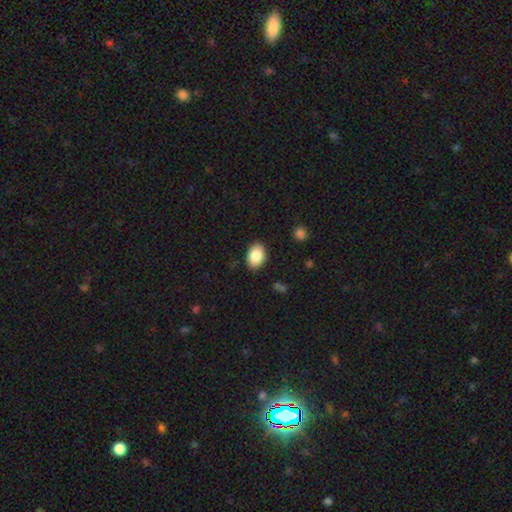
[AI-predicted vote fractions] The model was most divided on "how rounded": in between: 82%, round: 17%, cigar-shaped: 1%. More confident: smooth or featured — smooth (87%); merging — none (87%).